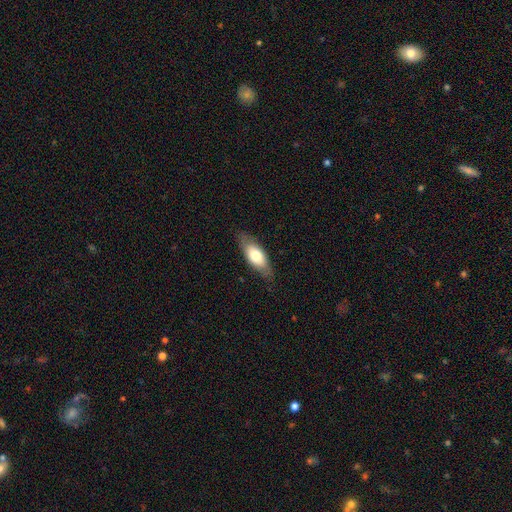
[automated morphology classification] The model was most divided on "smooth or featured": smooth: 69%, featured or disk: 25%, star or artifact: 6%. More confident: merging — none (80%); how rounded — in between (78%).